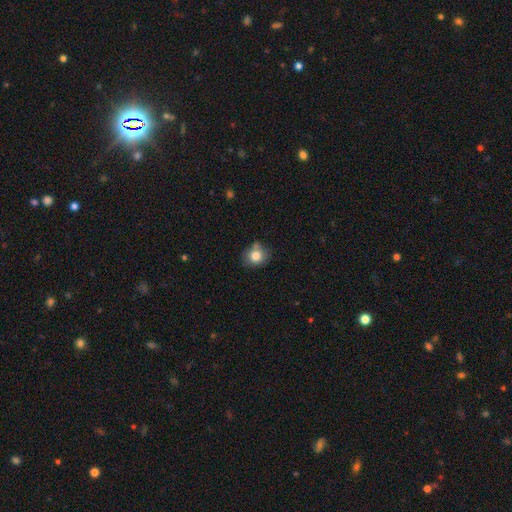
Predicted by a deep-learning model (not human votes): Smooth or featured? Predicted: smooth (p=0.79). How rounded? Predicted: round (p=0.68). Merging? Predicted: none (p=0.66).